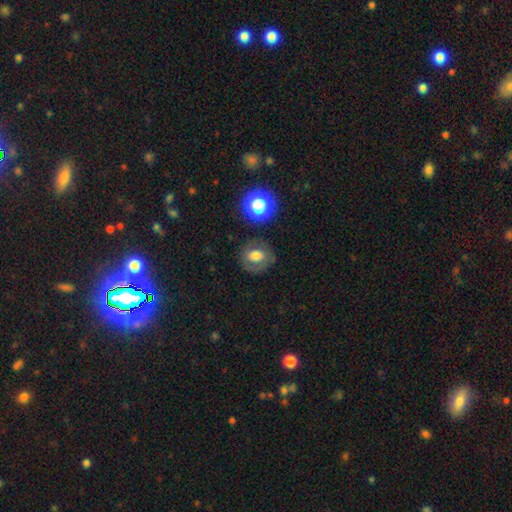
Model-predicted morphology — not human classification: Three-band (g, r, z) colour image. It shows a smooth galaxy with no disk features (63%) that is round (66%). Merging: none (77%).